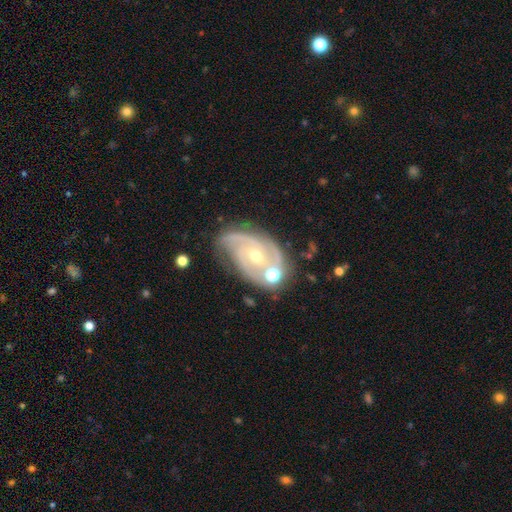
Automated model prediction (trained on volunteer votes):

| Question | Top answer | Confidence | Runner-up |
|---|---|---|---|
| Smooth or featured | featured or disk | 87% | smooth (7%) |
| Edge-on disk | no | 97% | yes (3%) |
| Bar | no | 54% | weak (36%) |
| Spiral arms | yes | 97% | no (3%) |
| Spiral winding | tight | 52% | medium (40%) |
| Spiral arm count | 2 | 39% | 3 (34%) |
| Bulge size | moderate | 49% | small (48%) |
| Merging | none | 58% | minor disturbance (21%) |